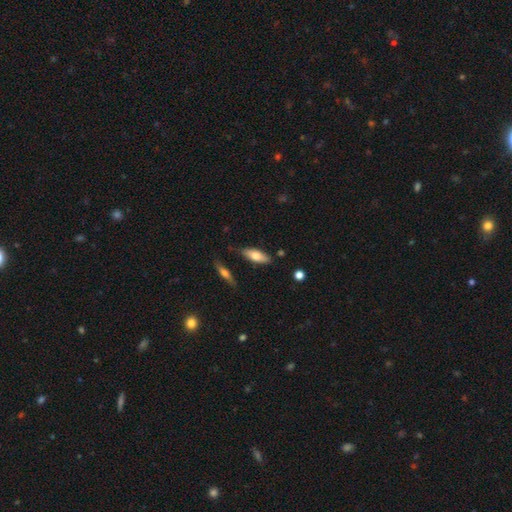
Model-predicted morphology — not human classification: Smooth or featured?
  - smooth: 70% *
  - featured or disk: 23%
  - star or artifact: 6%
How rounded?
  - in between: 64% *
  - cigar-shaped: 34%
  - round: 2%
Merging?
  - none: 77% *
  - minor disturbance: 16%
  - merger: 4%
  - major disturbance: 3%